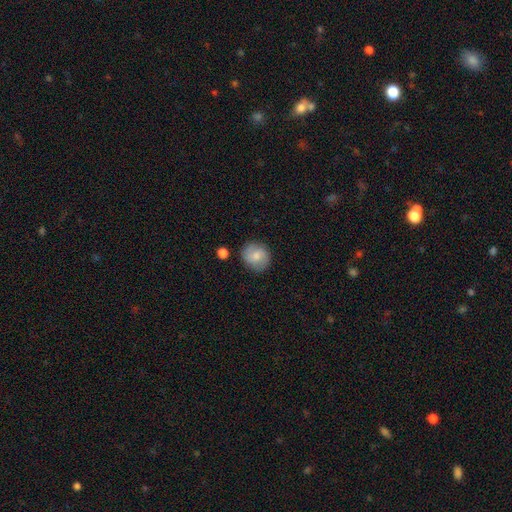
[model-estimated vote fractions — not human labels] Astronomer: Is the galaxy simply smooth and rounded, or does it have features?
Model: smooth — 58%.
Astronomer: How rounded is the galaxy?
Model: round — 82%.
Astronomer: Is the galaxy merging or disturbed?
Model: none — 81%.